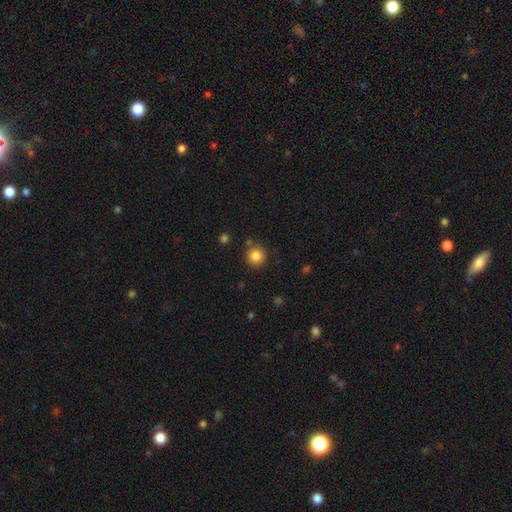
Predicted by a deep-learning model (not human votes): Smooth or featured?
  - smooth: 84% *
  - star or artifact: 11%
  - featured or disk: 5%
How rounded?
  - round: 92% *
  - in between: 7%
  - cigar-shaped: 1%
Merging?
  - none: 83% *
  - minor disturbance: 9%
  - merger: 5%
  - major disturbance: 3%